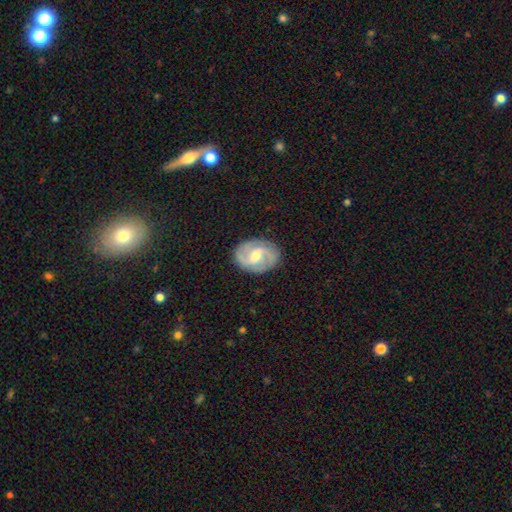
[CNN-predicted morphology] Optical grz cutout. It shows a featured or disk galaxy (82%) with a weak bar (55%), 2 (79%) medium (52%) spiral arms (95%) and a moderate central bulge (58%). Merging: none (84%).